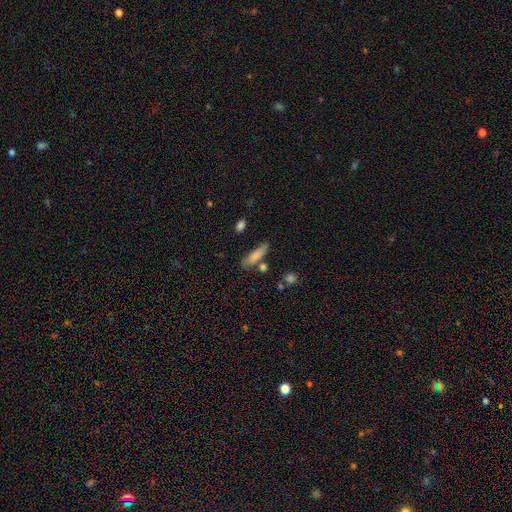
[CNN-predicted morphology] Smooth or featured? smooth (80%)
How rounded? cigar-shaped (64%)
Merging? none (67%)